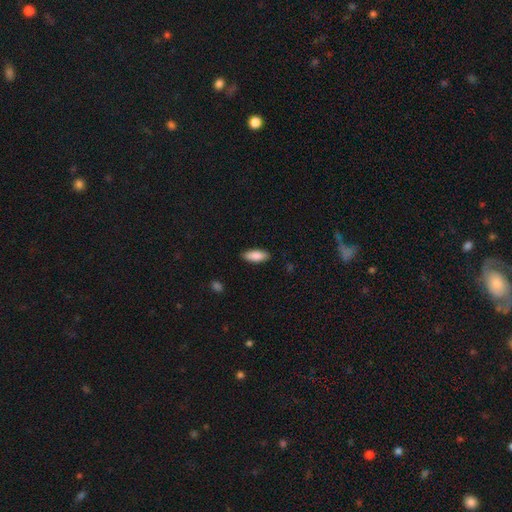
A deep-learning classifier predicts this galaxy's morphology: smooth 87%, featured or disk 7%, star or artifact 6%. Down the decision tree: how rounded — in between (79%); merging — none (88%).